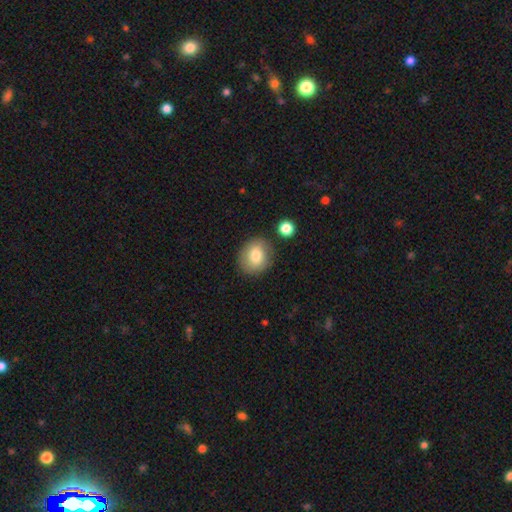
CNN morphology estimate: This appears to be a smooth galaxy with no disk features (80%) that is round (74%). Merging: none (82%).